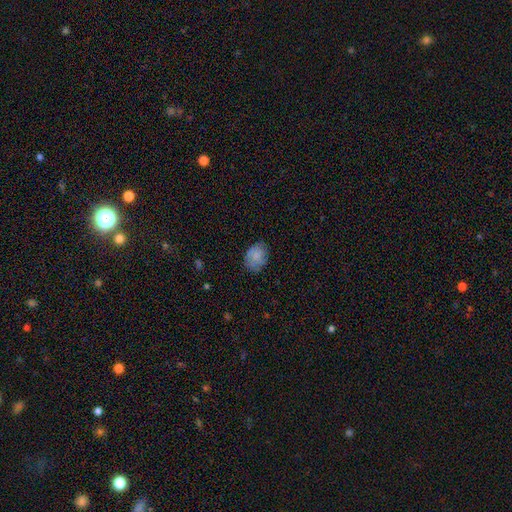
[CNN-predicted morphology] Smooth or featured?
  - smooth: 75% *
  - featured or disk: 17%
  - star or artifact: 8%
How rounded?
  - in between: 67% *
  - round: 32%
  - cigar-shaped: 1%
Merging?
  - none: 73% *
  - minor disturbance: 21%
  - major disturbance: 5%
  - merger: 1%